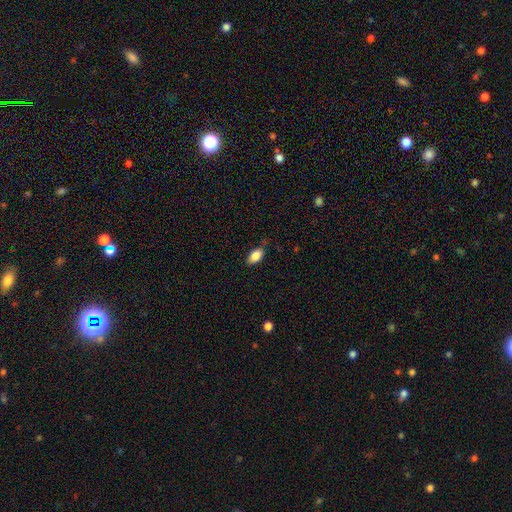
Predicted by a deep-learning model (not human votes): smooth 83%, featured or disk 9%, star or artifact 8%. Down the decision tree: how rounded — in between (91%); merging — none (76%).